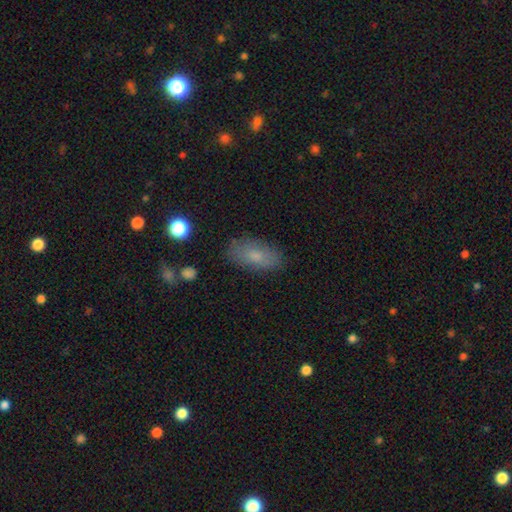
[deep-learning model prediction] smooth_or_featured: smooth (p=0.77) [alt: featured or disk p=0.15]
how_rounded: in between (p=0.88) [alt: cigar-shaped p=0.08]
merging: none (p=0.84) [alt: minor disturbance p=0.12]